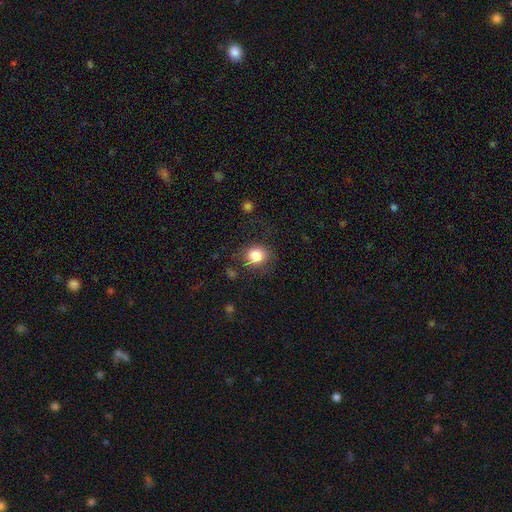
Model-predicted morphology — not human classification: Smooth or featured? smooth (84%)
How rounded? round (68%)
Merging? none (73%)